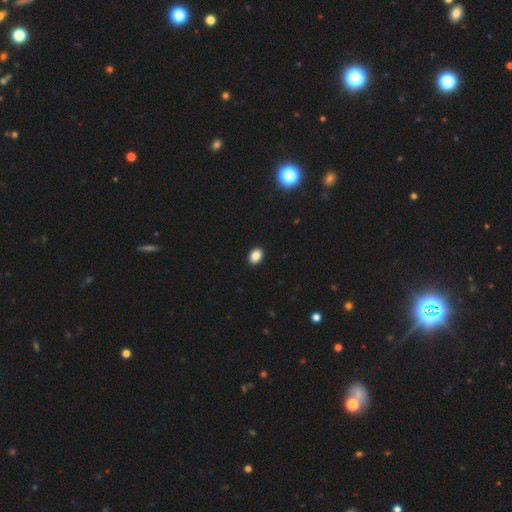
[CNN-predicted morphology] smooth-or-featured: smooth: 87% | star or artifact: 10% | featured or disk: 4%
  how-rounded: in between: 67% | round: 32% | cigar-shaped: 1%
  merging: none: 92% | minor disturbance: 6% | major disturbance: 2% | merger: 1%